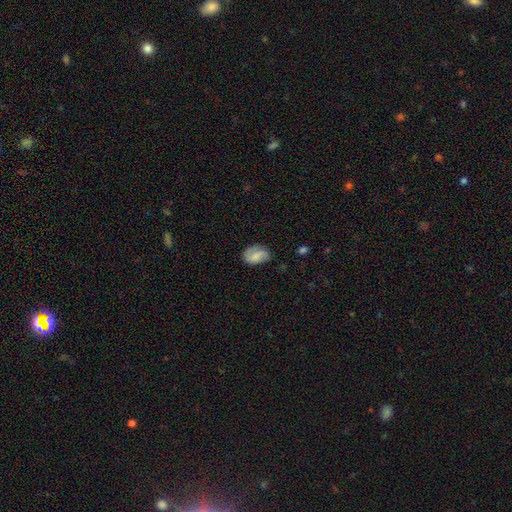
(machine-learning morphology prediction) Q: Smooth or featured?
A: smooth (57%); runner-up: featured or disk (35%)
Q: How rounded?
A: in between (82%); runner-up: round (17%)
Q: Merging?
A: none (65%); runner-up: minor disturbance (26%)